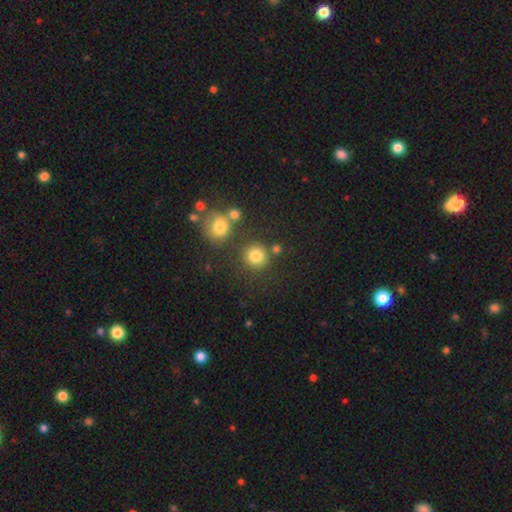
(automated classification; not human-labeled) The model was most divided on "smooth or featured": smooth: 80%, star or artifact: 14%, featured or disk: 6%. More confident: how rounded — round (91%); merging — none (78%).